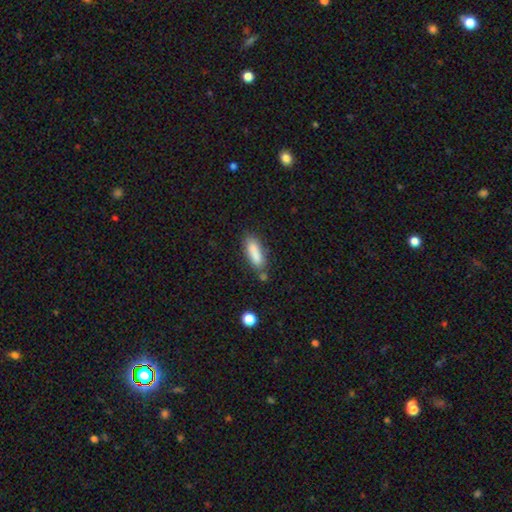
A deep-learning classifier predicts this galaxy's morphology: Smooth or featured? Predicted: smooth (p=0.84). How rounded? Predicted: in between (p=0.51). Merging? Predicted: none (p=0.66).